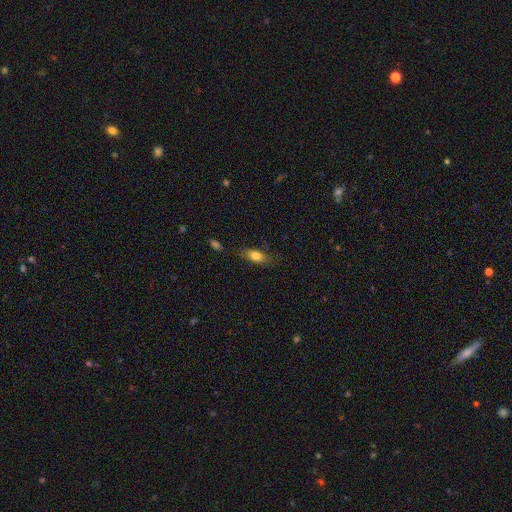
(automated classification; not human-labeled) smooth 78%, featured or disk 14%, star or artifact 8%. Down the decision tree: how rounded — in between (83%); merging — none (72%).